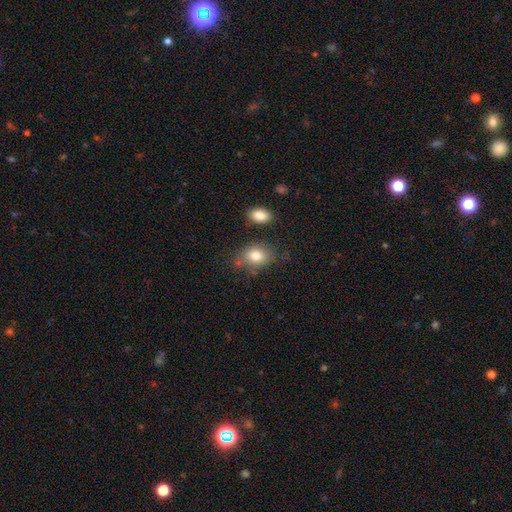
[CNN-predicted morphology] A smooth galaxy with no disk features (80%) that is in between round and cigar-shaped (66%).

Vote fractions:
- Smooth or featured? smooth: 80% / featured or disk: 11% / star or artifact: 9%
- How rounded? in between: 66% / round: 33% / cigar-shaped: 1%
- Merging? none: 70% / minor disturbance: 17% / merger: 8% / major disturbance: 5%